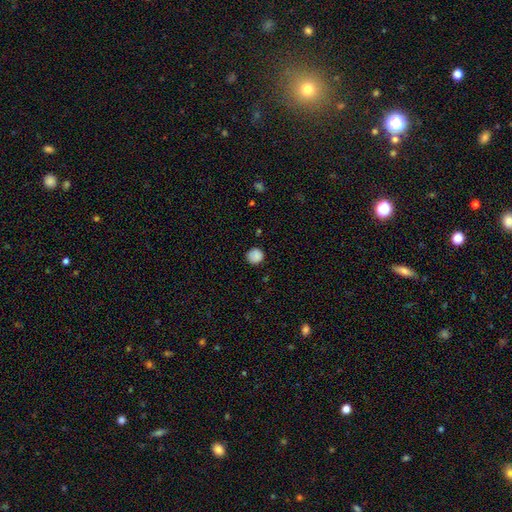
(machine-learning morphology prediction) smooth_or_featured: smooth (p=0.86) [alt: star or artifact p=0.09]
how_rounded: round (p=0.91) [alt: in between p=0.08]
merging: none (p=0.84) [alt: minor disturbance p=0.12]